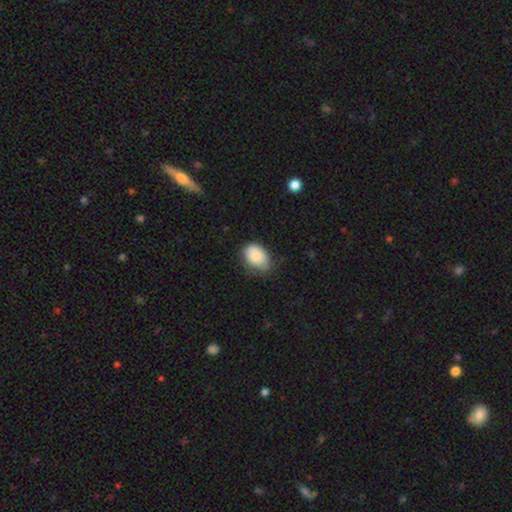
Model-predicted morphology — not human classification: smooth 84%, featured or disk 9%, star or artifact 7%. Down the decision tree: how rounded — in between (79%); merging — none (61%).